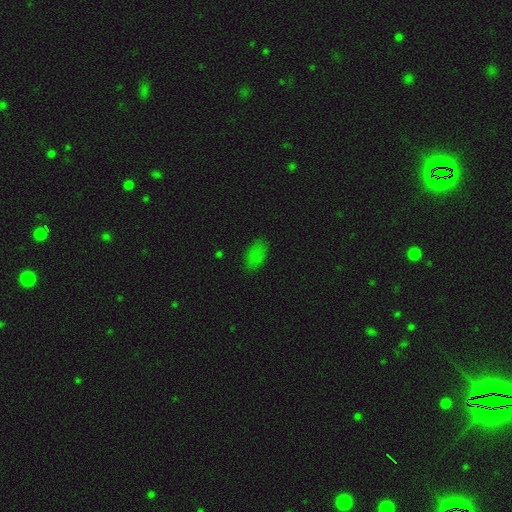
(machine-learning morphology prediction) Smooth or featured? Predicted: smooth (p=0.78). How rounded? Predicted: in between (p=0.91). Merging? Predicted: none (p=0.77).